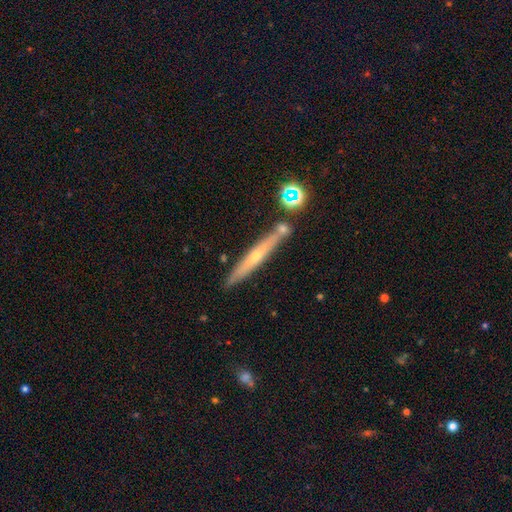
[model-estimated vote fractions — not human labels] A featured or disk galaxy (64%) viewed edge-on (92%) with a rounded central bulge (65%).

Vote fractions:
- Smooth or featured? featured or disk: 64% / smooth: 28% / star or artifact: 8%
- Edge-on disk? yes: 92% / no: 8%
- Edge-on bulge? rounded: 65% / none: 33% / boxy: 3%
- Merging? none: 81% / minor disturbance: 10% / merger: 7% / major disturbance: 2%